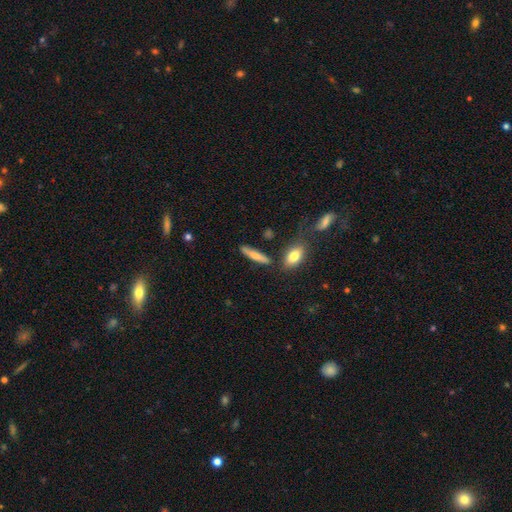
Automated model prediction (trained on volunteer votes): This is likely a smooth galaxy (71%). How rounded: likely cigar-shaped (78%). Merging: likely none (79%).